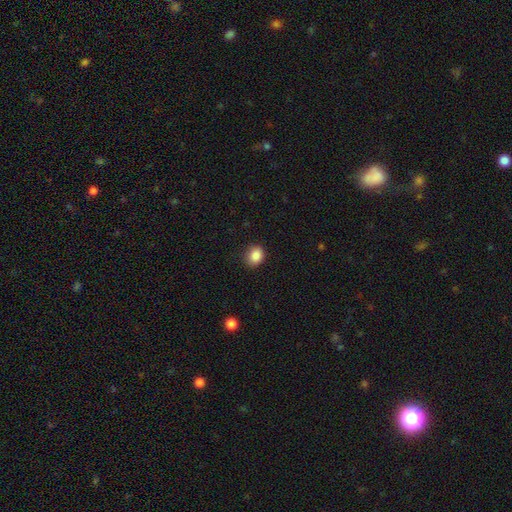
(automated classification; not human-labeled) smooth_or_featured: smooth (p=0.86) [alt: star or artifact p=0.10]
how_rounded: round (p=0.65) [alt: in between p=0.34]
merging: none (p=0.84) [alt: minor disturbance p=0.12]